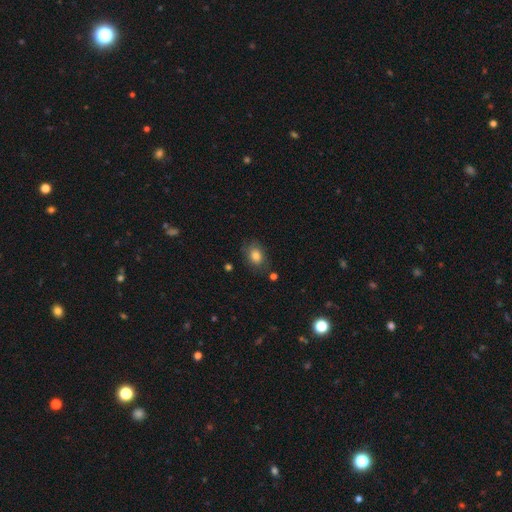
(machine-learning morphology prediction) Overall: smooth (78%). How rounded: in between (63%; round 36%). Merging: none (72%).